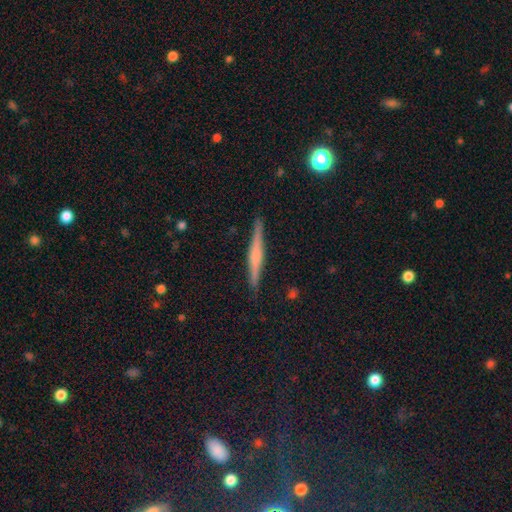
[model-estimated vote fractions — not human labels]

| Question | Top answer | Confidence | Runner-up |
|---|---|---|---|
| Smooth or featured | featured or disk | 62% | smooth (31%) |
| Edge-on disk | yes | 98% | no (2%) |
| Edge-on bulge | rounded | 52% | none (26%) |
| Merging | none | 90% | minor disturbance (7%) |